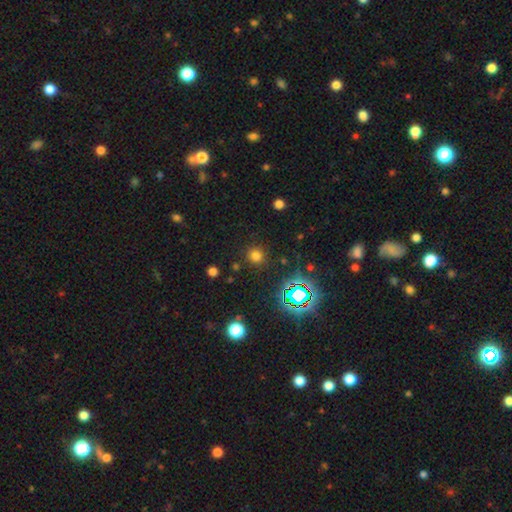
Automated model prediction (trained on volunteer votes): smooth-or-featured: smooth: 69% | star or artifact: 26% | featured or disk: 6%
  how-rounded: round: 91% | in between: 8% | cigar-shaped: 1%
  merging: none: 87% | minor disturbance: 7% | major disturbance: 3% | merger: 2%